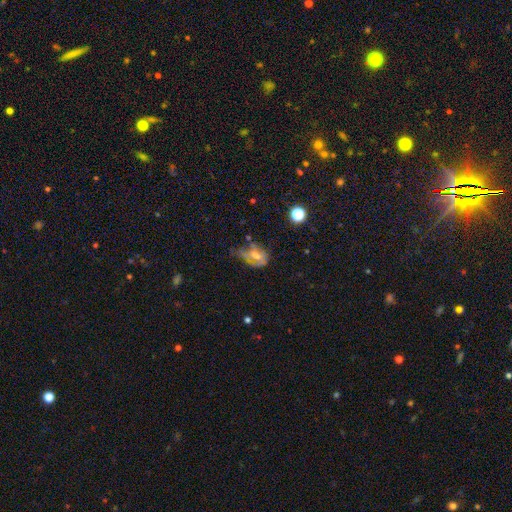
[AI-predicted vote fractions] This appears to be a featured or disk galaxy (46%). Merging: major disturbance (38%).